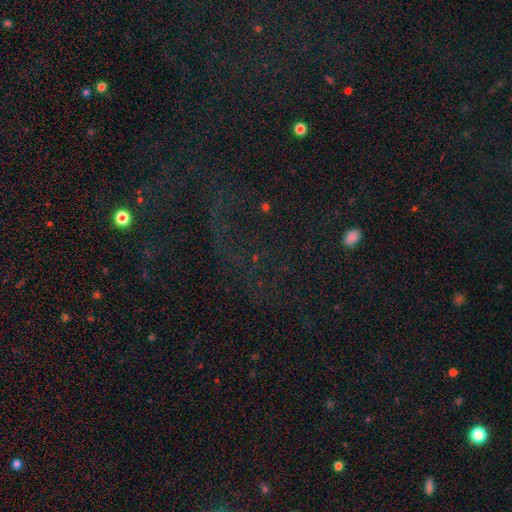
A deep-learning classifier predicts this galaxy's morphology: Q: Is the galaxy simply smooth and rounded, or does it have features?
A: star or artifact — 68%.